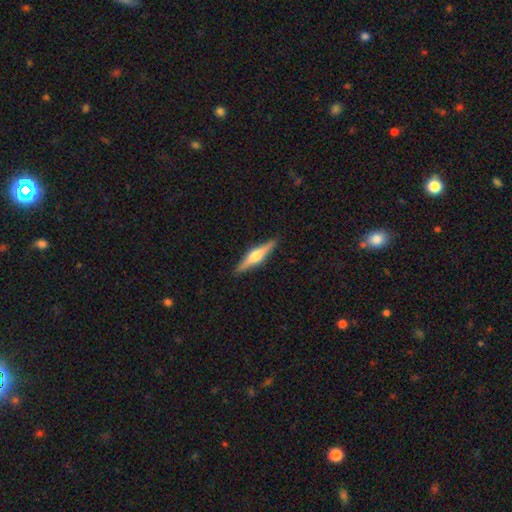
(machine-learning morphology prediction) This is likely a featured or disk galaxy (65%). It is clearly viewed edge-on (97%). Edge-on bulge: clearly rounded (87%). Merging: clearly none (90%).